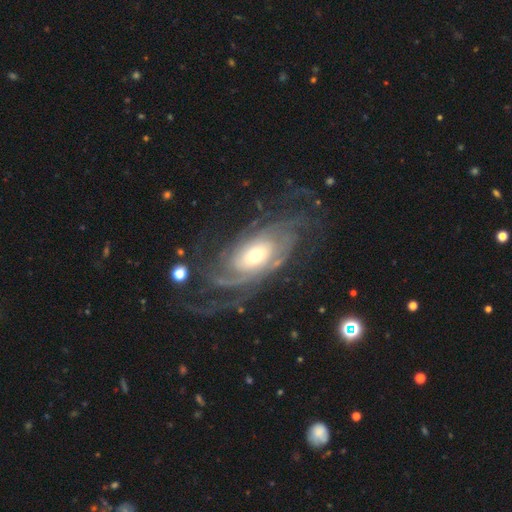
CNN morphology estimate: This is clearly a featured or disk galaxy (89%). It is clearly not viewed edge-on (94%). Bar: likely no (69%). Spiral arm pattern: clearly yes (96%). Spiral arm count: marginally can't tell (30%). Spiral winding: possibly tight (60%). Central bulge: possibly moderate (51%). Merging: likely none (66%).